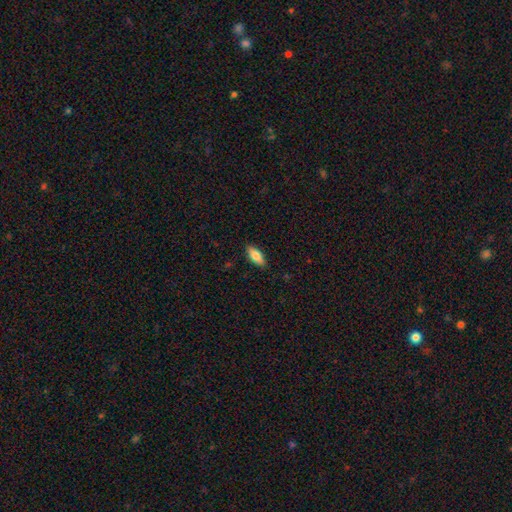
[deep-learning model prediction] smooth-or-featured: smooth: 78% | featured or disk: 16% | star or artifact: 6%
  how-rounded: in between: 80% | cigar-shaped: 18% | round: 2%
  merging: none: 88% | minor disturbance: 9% | major disturbance: 2% | merger: 1%